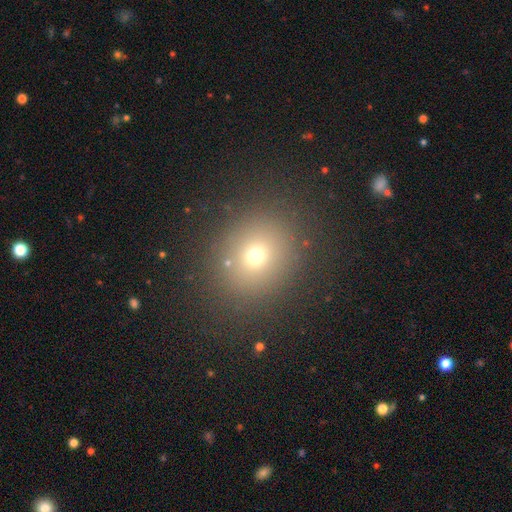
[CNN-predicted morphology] smooth 68%, star or artifact 21%, featured or disk 11%. Down the decision tree: how rounded — round (73%); merging — none (85%).